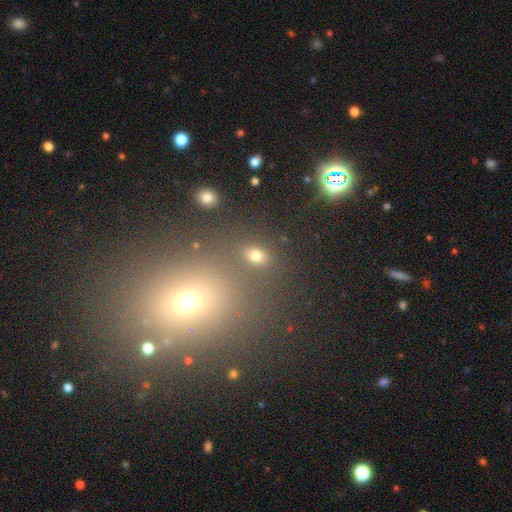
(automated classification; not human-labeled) This appears to be a smooth galaxy with no disk features (72%) that is in between round and cigar-shaped (69%). Merging: none (81%).